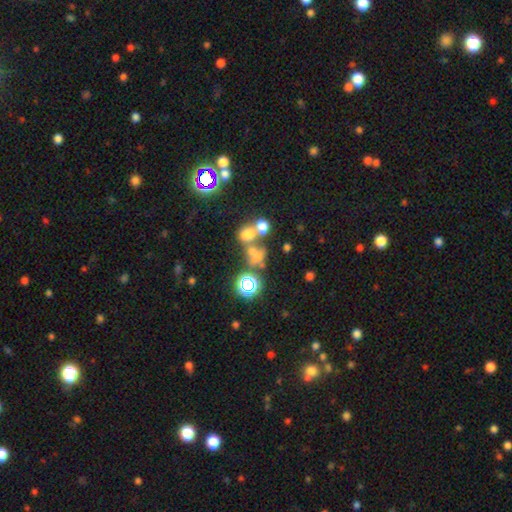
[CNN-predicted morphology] Smooth or featured?
  - smooth: 51% *
  - star or artifact: 31%
  - featured or disk: 18%
How rounded?
  - round: 65% *
  - in between: 33%
  - cigar-shaped: 2%
Merging?
  - merger: 47% *
  - none: 35%
  - minor disturbance: 10%
  - major disturbance: 9%